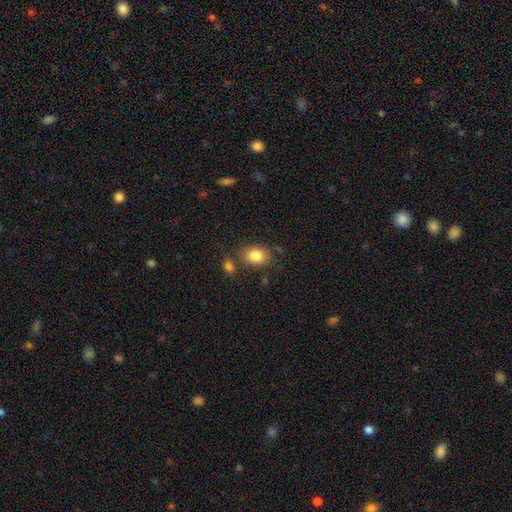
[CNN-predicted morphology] smooth-or-featured: smooth: 84% | star or artifact: 8% | featured or disk: 8%
  how-rounded: in between: 68% | round: 31% | cigar-shaped: 1%
  merging: none: 70% | minor disturbance: 15% | merger: 10% | major disturbance: 5%